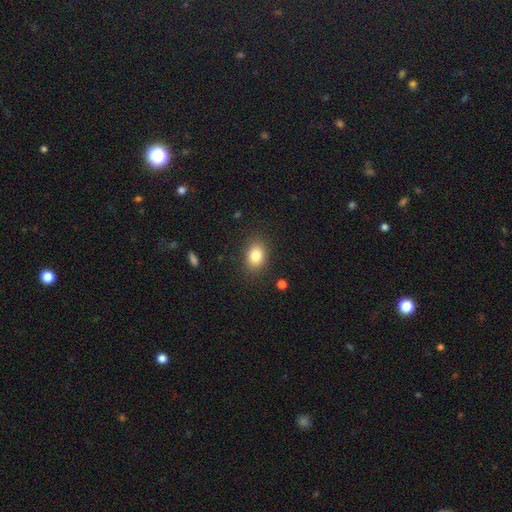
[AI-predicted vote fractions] Smooth or featured? smooth (82%)
How rounded? in between (71%)
Merging? none (85%)